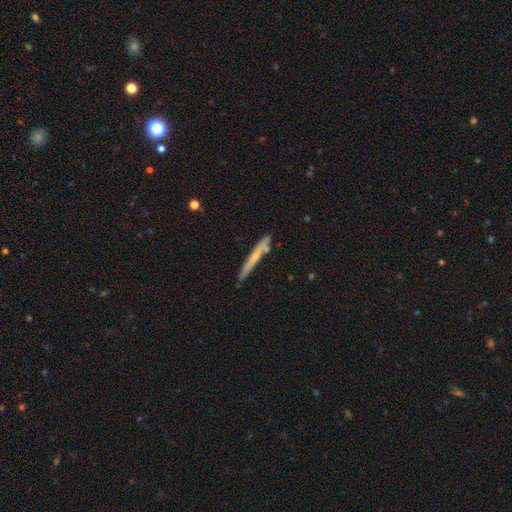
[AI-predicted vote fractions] A smooth galaxy with no disk features (50%) that is cigar-shaped (96%).

Vote fractions:
- Smooth or featured? smooth: 50% / featured or disk: 43% / star or artifact: 6%
- How rounded? cigar-shaped: 96% / in between: 2% / round: 1%
- Merging? none: 79% / minor disturbance: 14% / merger: 4% / major disturbance: 3%